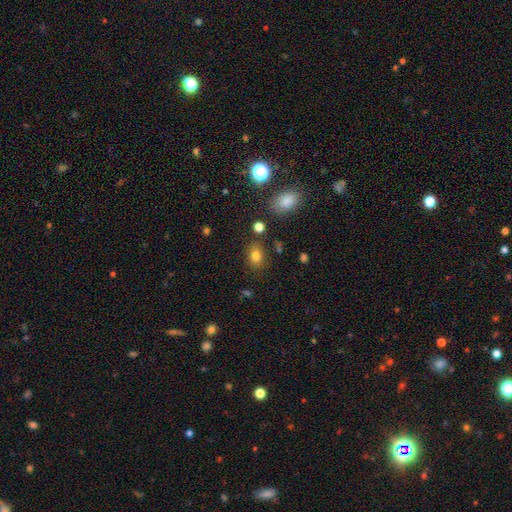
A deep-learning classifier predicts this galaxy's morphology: Smooth or featured?
  - smooth: 80% *
  - star or artifact: 13%
  - featured or disk: 8%
How rounded?
  - in between: 69% *
  - round: 29%
  - cigar-shaped: 1%
Merging?
  - none: 80% *
  - minor disturbance: 13%
  - merger: 4%
  - major disturbance: 4%